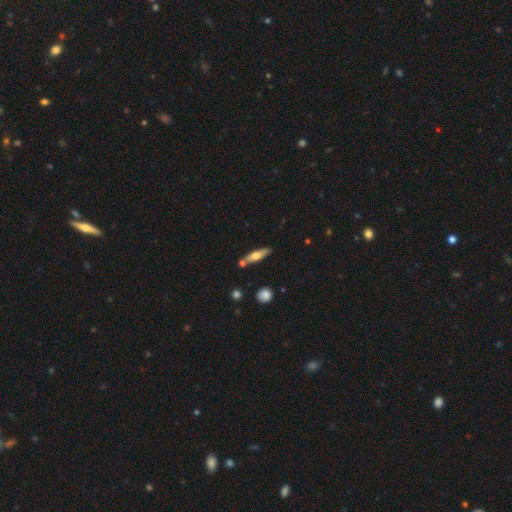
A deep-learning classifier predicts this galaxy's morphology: Smooth or featured? smooth (52%)
How rounded? cigar-shaped (70%)
Merging? none (74%)